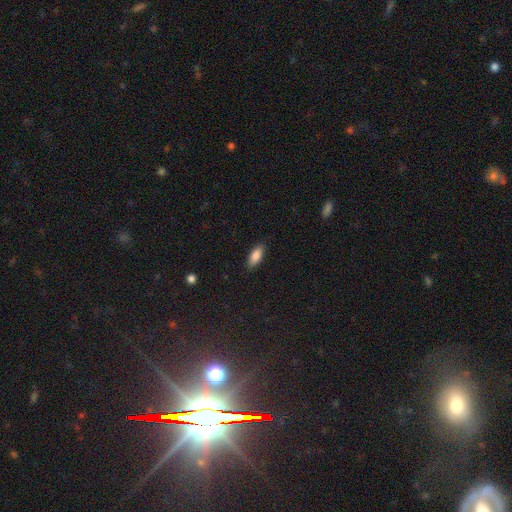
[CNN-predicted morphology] Smooth or featured?
  - smooth: 87% *
  - featured or disk: 7%
  - star or artifact: 7%
How rounded?
  - in between: 78% *
  - cigar-shaped: 20%
  - round: 2%
Merging?
  - none: 87% *
  - minor disturbance: 10%
  - major disturbance: 2%
  - merger: 1%